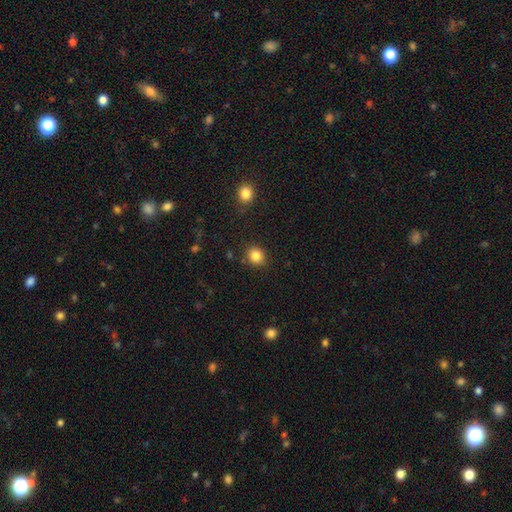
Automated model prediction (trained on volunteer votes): The model was most divided on "how rounded": round: 73%, in between: 26%, cigar-shaped: 1%. More confident: merging — none (87%); smooth or featured — smooth (85%).